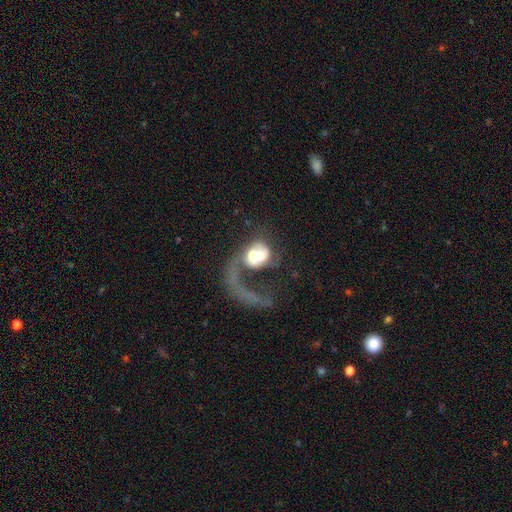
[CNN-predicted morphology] This is likely a featured or disk galaxy (63%). It is clearly not viewed edge-on (97%). Bar: likely no (69%). Spiral arm pattern: likely yes (75%). Central bulge: possibly moderate (48%). Merging: marginally major disturbance (44%).